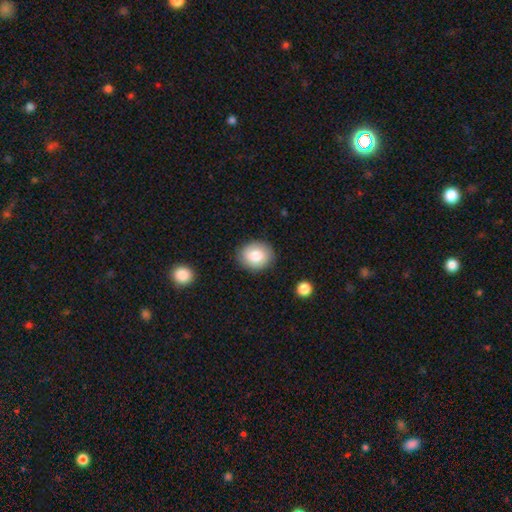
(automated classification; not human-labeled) Smooth or featured?
  - smooth: 81% *
  - featured or disk: 11%
  - star or artifact: 8%
How rounded?
  - round: 64% *
  - in between: 35%
  - cigar-shaped: 1%
Merging?
  - none: 86% *
  - minor disturbance: 10%
  - major disturbance: 2%
  - merger: 2%